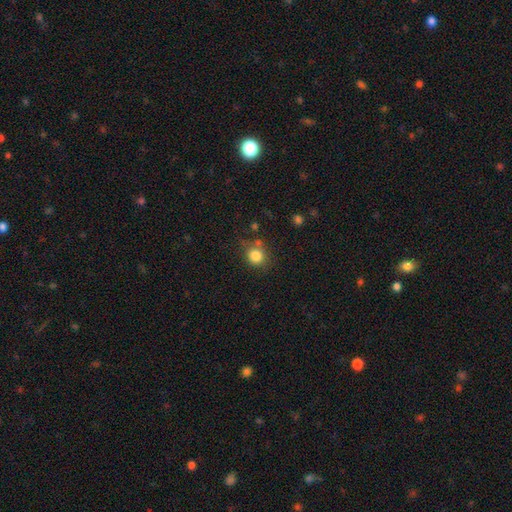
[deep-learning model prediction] This is clearly a smooth galaxy (83%). How rounded: clearly round (83%). Merging: likely none (70%).